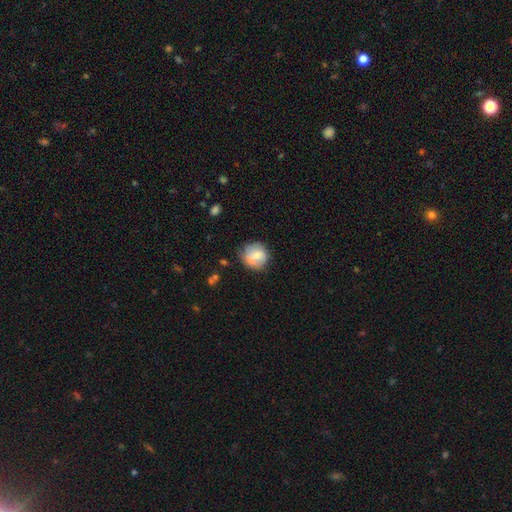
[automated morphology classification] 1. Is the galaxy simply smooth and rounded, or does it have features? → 70% smooth, 22% featured or disk, 8% star or artifact.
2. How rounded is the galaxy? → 87% round, 12% in between, 1% cigar-shaped.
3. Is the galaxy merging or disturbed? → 62% none, 25% minor disturbance, 8% major disturbance, 5% merger.